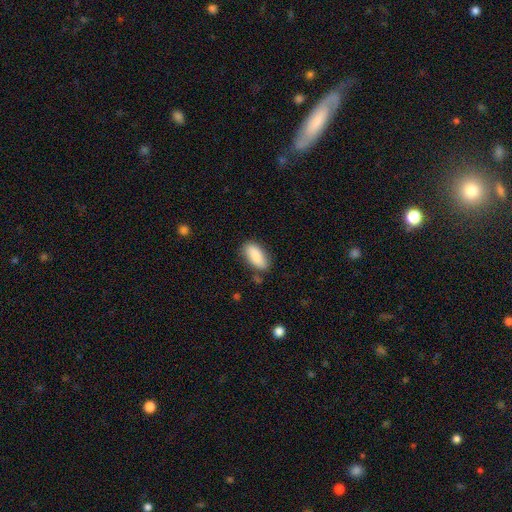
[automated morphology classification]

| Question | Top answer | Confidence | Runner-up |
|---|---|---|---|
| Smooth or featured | smooth | 87% | featured or disk (7%) |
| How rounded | in between | 89% | cigar-shaped (8%) |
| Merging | none | 76% | minor disturbance (17%) |